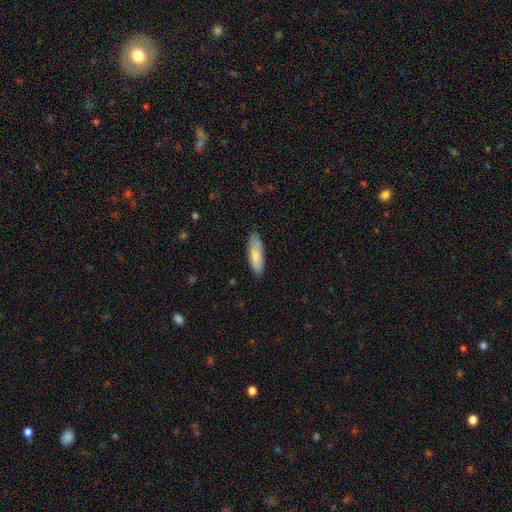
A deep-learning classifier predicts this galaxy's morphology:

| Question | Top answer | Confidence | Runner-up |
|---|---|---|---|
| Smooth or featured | smooth | 76% | featured or disk (18%) |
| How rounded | in between | 58% | cigar-shaped (40%) |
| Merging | none | 79% | minor disturbance (17%) |